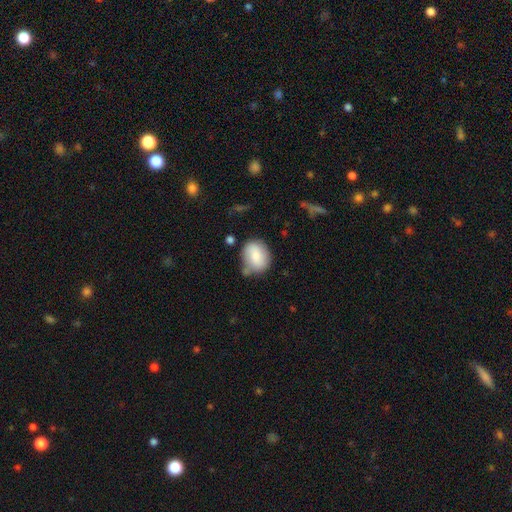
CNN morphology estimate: type=smooth (78%); roundness=round (55%); merging=none (57%).